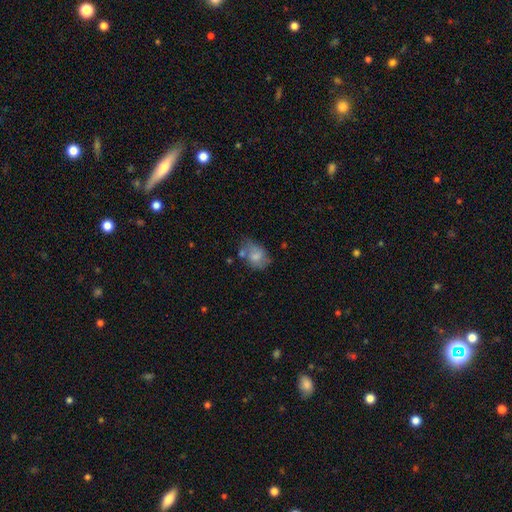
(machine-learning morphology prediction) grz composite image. It shows a smooth galaxy with no disk features (66%) that is in between round and cigar-shaped (70%). Merging: none (43%).